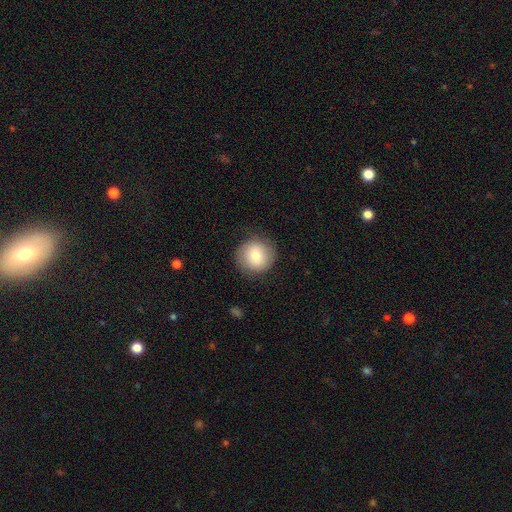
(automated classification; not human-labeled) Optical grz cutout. It shows a smooth galaxy with no disk features (77%) that is round (91%). Merging: none (84%).